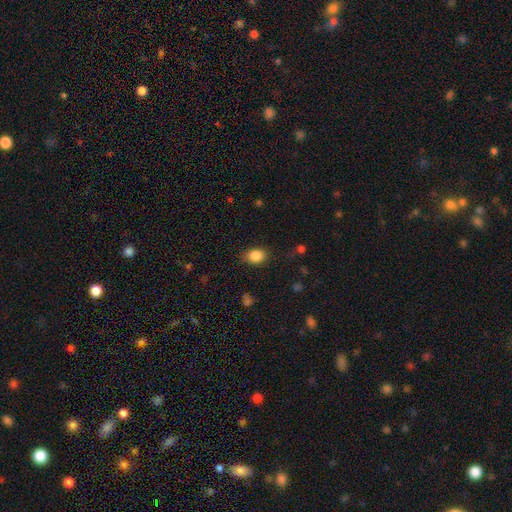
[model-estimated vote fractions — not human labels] smooth_or_featured: smooth (p=0.85) [alt: star or artifact p=0.10]
how_rounded: in between (p=0.60) [alt: round p=0.39]
merging: none (p=0.80) [alt: minor disturbance p=0.15]